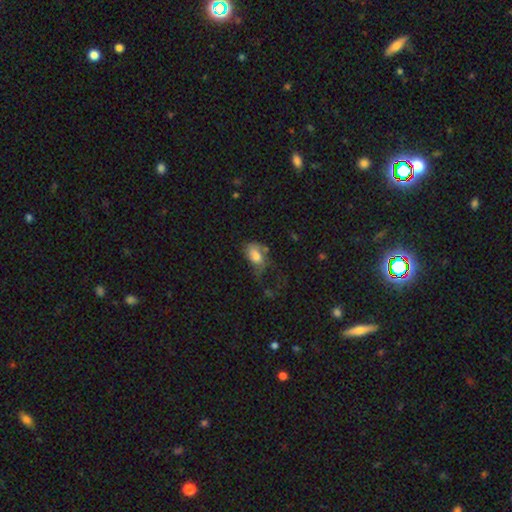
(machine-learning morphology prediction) Smooth or featured? Predicted: smooth (p=0.71). How rounded? Predicted: in between (p=0.88). Merging? Predicted: major disturbance (p=0.34).